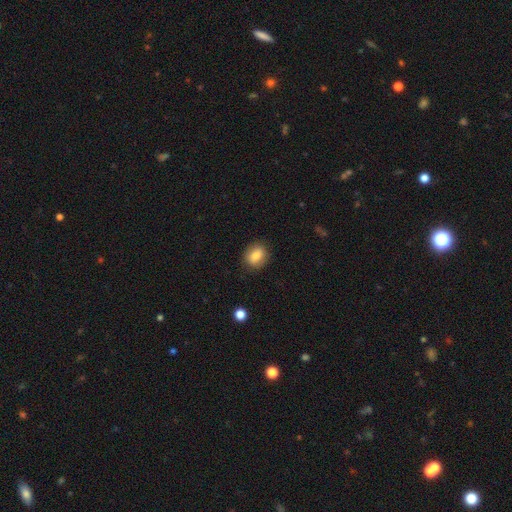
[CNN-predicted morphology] smooth 82%, featured or disk 9%, star or artifact 9%. Down the decision tree: how rounded — round (51%); merging — none (86%).